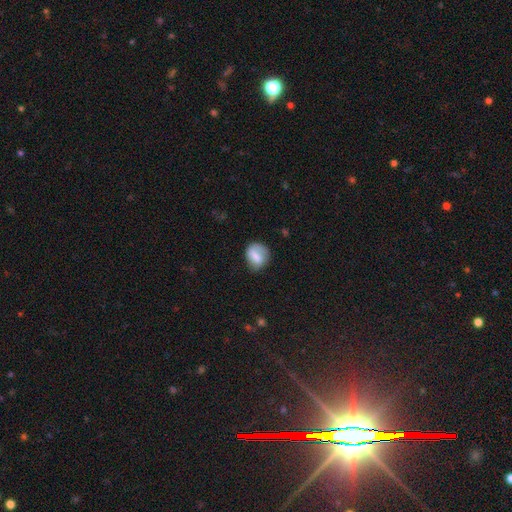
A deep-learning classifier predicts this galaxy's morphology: Smooth or featured? Predicted: smooth (p=0.70). How rounded? Predicted: round (p=0.58). Merging? Predicted: none (p=0.62).